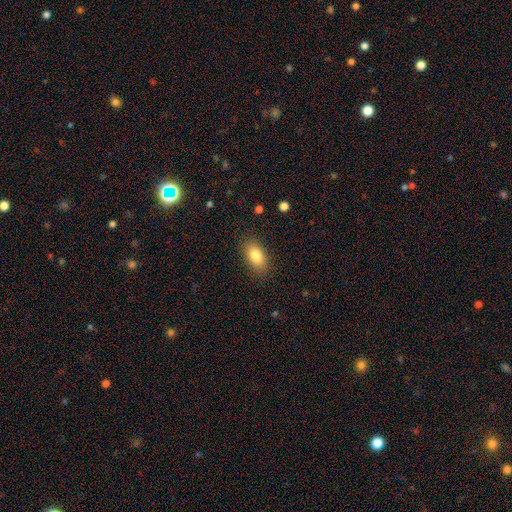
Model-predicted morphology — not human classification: Smooth or featured? smooth (83%)
How rounded? in between (90%)
Merging? none (86%)